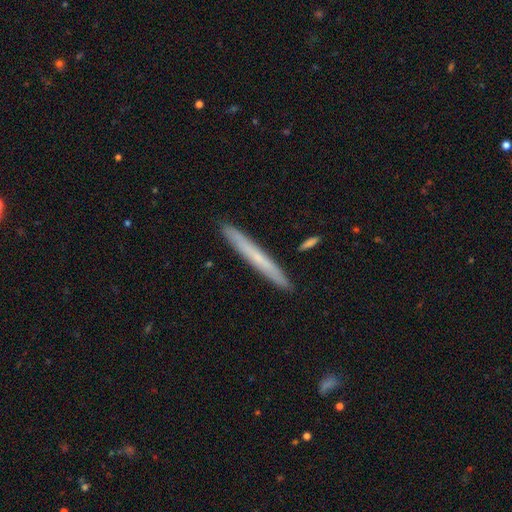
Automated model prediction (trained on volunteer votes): Smooth or featured?
  - smooth: 56% *
  - featured or disk: 38%
  - star or artifact: 6%
How rounded?
  - cigar-shaped: 97% *
  - in between: 2%
  - round: 1%
Merging?
  - none: 91% *
  - minor disturbance: 6%
  - merger: 1%
  - major disturbance: 1%